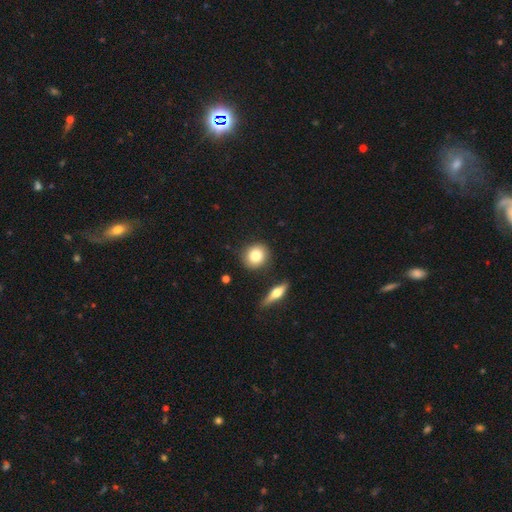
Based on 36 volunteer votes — Smooth or featured? smooth (81%)
How rounded? round (83%)
Merging? none (77%)